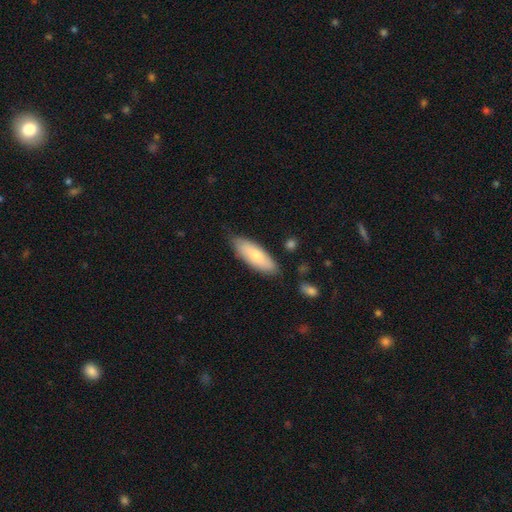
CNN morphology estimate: type=smooth (73%); roundness=in between (66%); merging=none (79%).